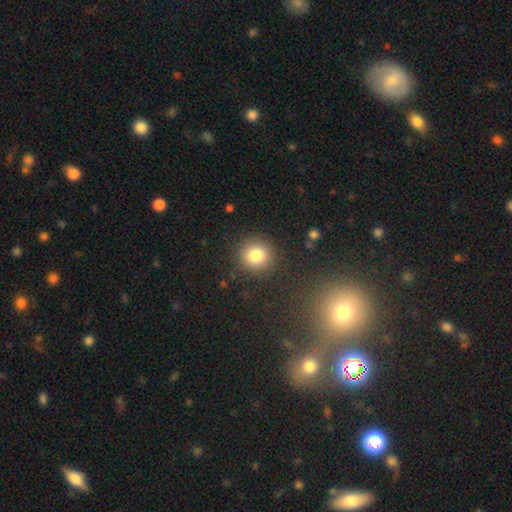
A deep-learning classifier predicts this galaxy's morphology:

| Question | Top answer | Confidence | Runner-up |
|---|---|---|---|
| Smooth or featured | smooth | 81% | star or artifact (11%) |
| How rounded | round | 91% | in between (8%) |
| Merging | none | 89% | minor disturbance (7%) |